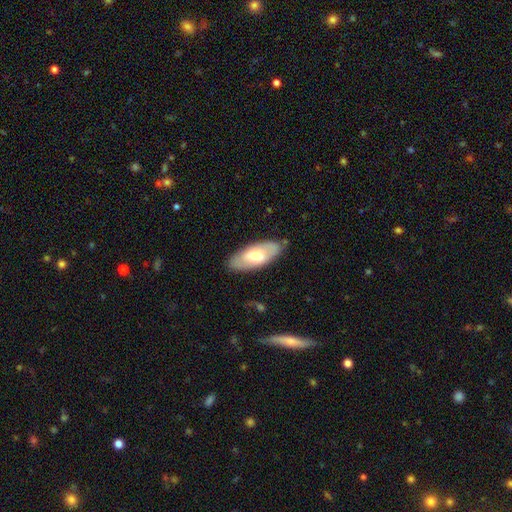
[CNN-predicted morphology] smooth_or_featured: smooth (p=0.59) [alt: featured or disk p=0.36]
how_rounded: in between (p=0.84) [alt: cigar-shaped p=0.14]
merging: none (p=0.81) [alt: minor disturbance p=0.14]